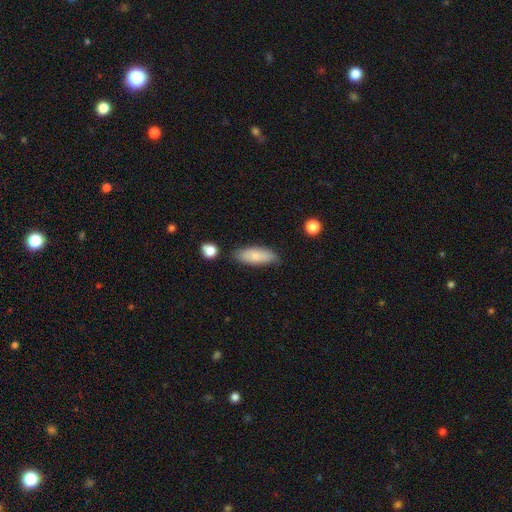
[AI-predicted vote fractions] smooth_or_featured: smooth (p=0.81) [alt: featured or disk p=0.13]
how_rounded: in between (p=0.73) [alt: cigar-shaped p=0.25]
merging: none (p=0.75) [alt: minor disturbance p=0.18]